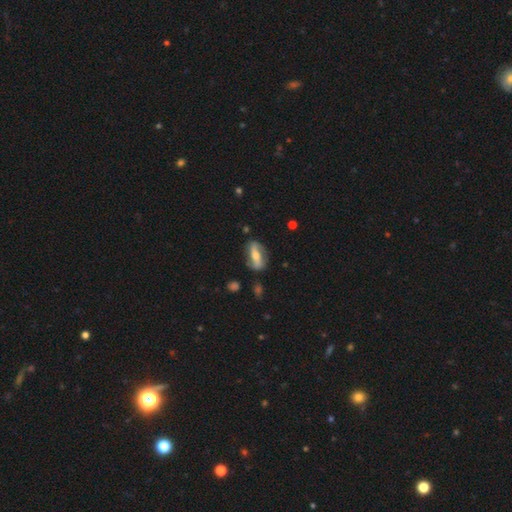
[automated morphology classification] Smooth or featured? Predicted: featured or disk (p=0.66). Edge-on disk? Predicted: no (p=0.82). Bar? Predicted: strong (p=0.59). Spiral arms? Predicted: yes (p=0.74). Bulge size? Predicted: moderate (p=0.60). Merging? Predicted: none (p=0.76).